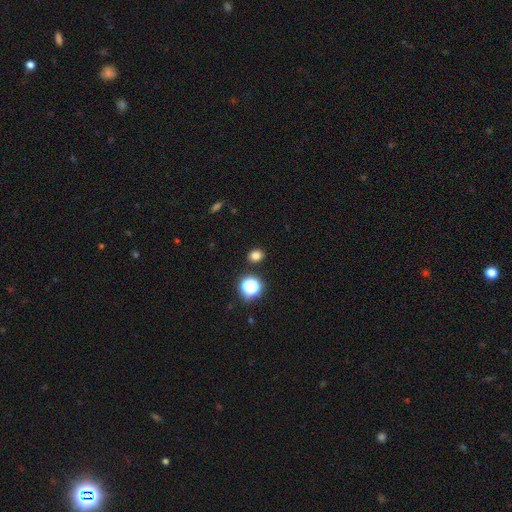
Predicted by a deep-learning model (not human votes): Smooth or featured? Predicted: smooth (p=0.78). How rounded? Predicted: round (p=0.60). Merging? Predicted: none (p=0.89).